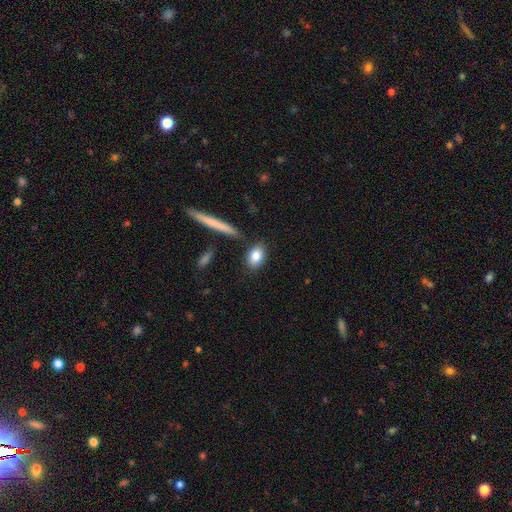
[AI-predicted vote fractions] Smooth or featured: smooth — 83% (featured or disk — 10%)
How rounded: in between — 81% (round — 13%)
Merging: none — 82% (minor disturbance — 10%)